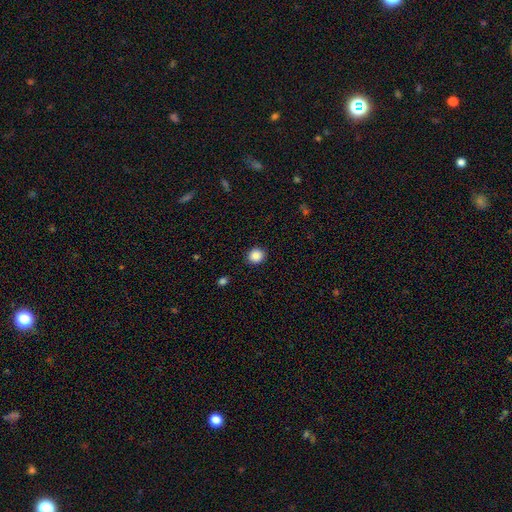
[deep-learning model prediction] Morphology: type=smooth (88%); roundness=round (87%); merging=none (91%).